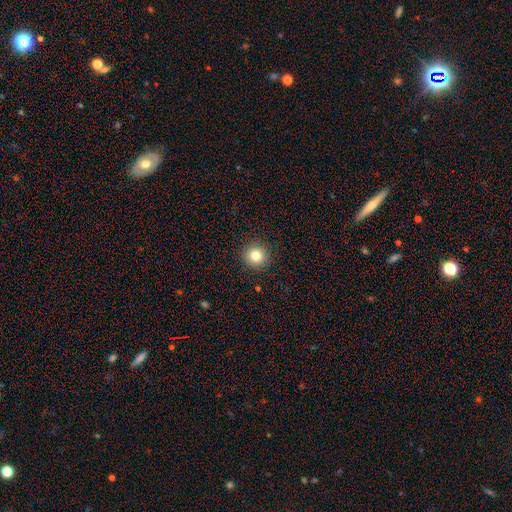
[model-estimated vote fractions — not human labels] Smooth or featured: smooth — 81% (star or artifact — 11%)
How rounded: round — 94% (in between — 5%)
Merging: none — 91% (minor disturbance — 6%)